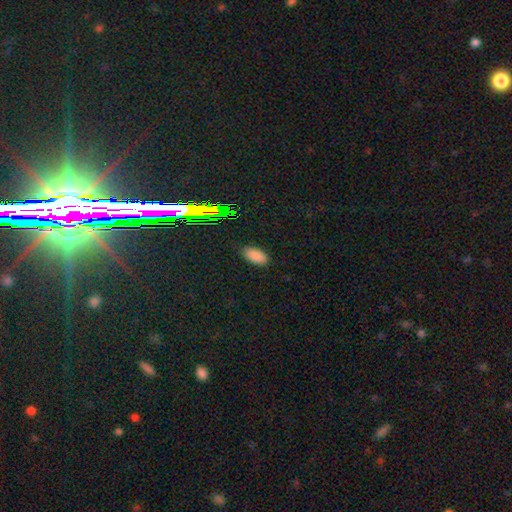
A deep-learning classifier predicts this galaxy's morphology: type=smooth (84%); roundness=in between (92%); merging=none (87%).